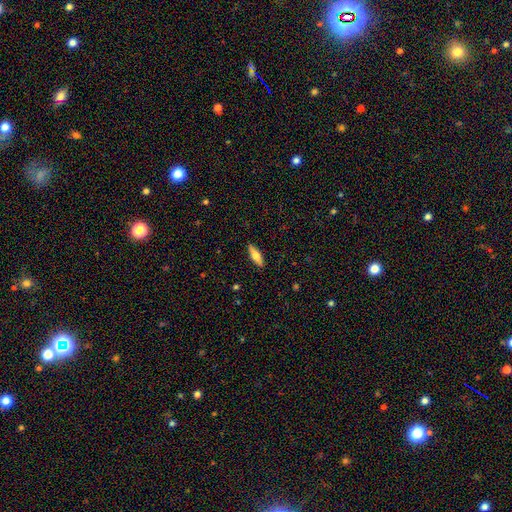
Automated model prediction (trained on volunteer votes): This is likely a smooth galaxy (67%). How rounded: possibly in between (51%). Merging: clearly none (88%).